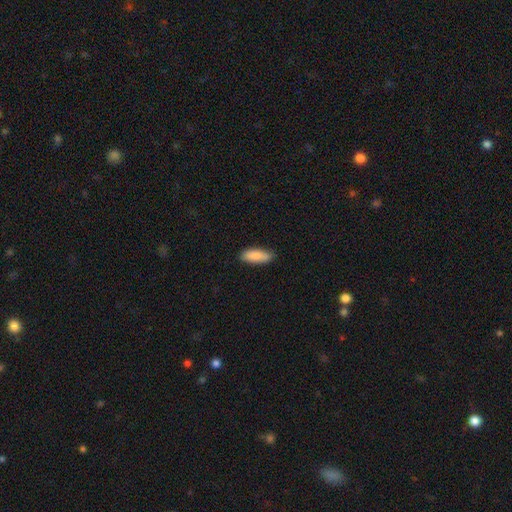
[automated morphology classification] This appears to be a smooth galaxy with no disk features (87%) that is in between round and cigar-shaped (67%). Merging: none (82%).